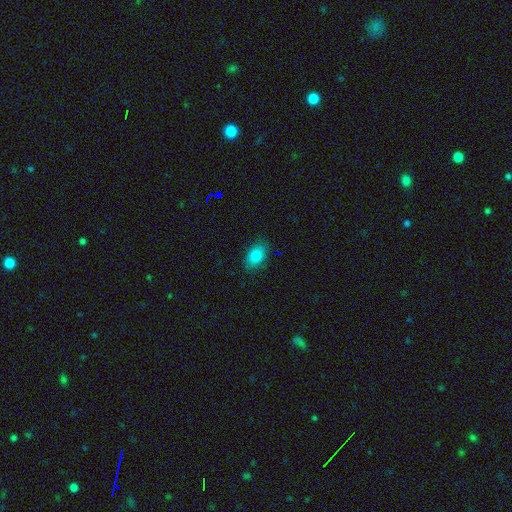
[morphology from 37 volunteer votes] Smooth or featured?
  - smooth: 73% *
  - featured or disk: 22%
  - star or artifact: 5%
How rounded?
  - in between: 96% *
  - round: 4%
  - cigar-shaped: 0%
Merging?
  - none: 83% *
  - minor disturbance: 11%
  - major disturbance: 6%
  - merger: 0%